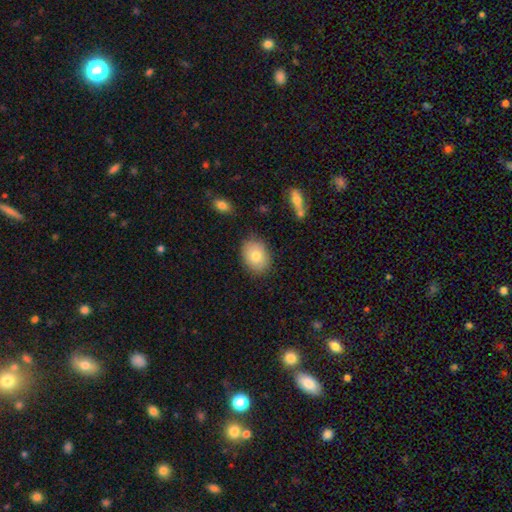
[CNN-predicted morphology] Smooth or featured? Predicted: smooth (p=0.78). How rounded? Predicted: in between (p=0.69). Merging? Predicted: none (p=0.83).